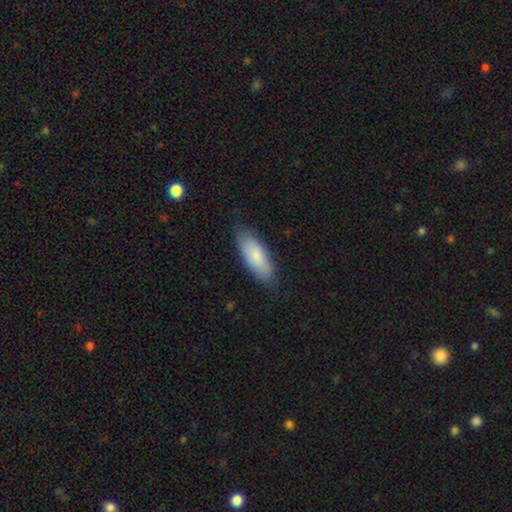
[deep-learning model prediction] Smooth or featured? Predicted: smooth (p=0.81). How rounded? Predicted: in between (p=0.78). Merging? Predicted: none (p=0.80).